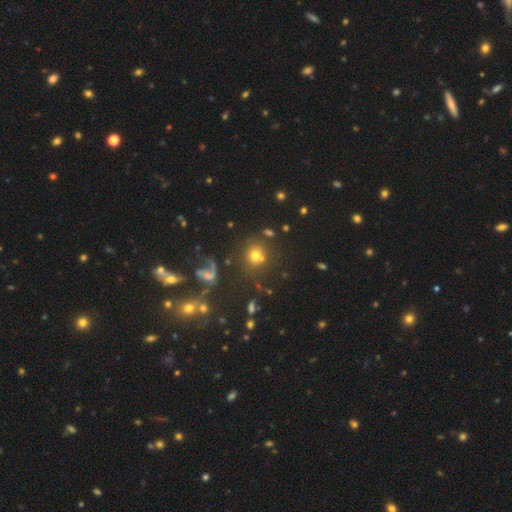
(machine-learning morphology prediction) Smooth or featured? Predicted: smooth (p=0.63). How rounded? Predicted: round (p=0.85). Merging? Predicted: none (p=0.63).